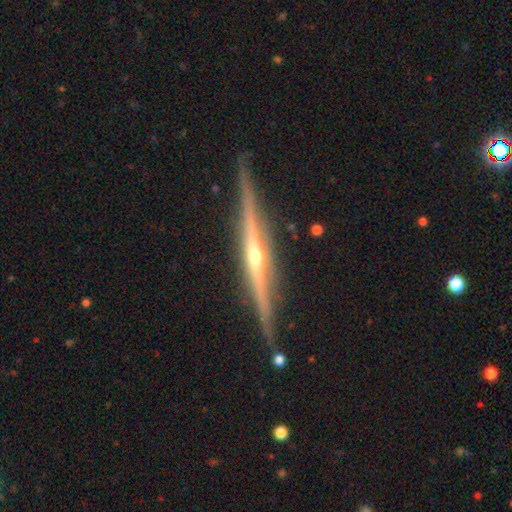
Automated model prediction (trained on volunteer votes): smooth_or_featured: featured or disk (p=0.88) [alt: smooth p=0.07]
disk_edge_on: yes (p=0.98) [alt: no p=0.02]
edge_on_bulge: rounded (p=0.81) [alt: none p=0.14]
merging: none (p=0.88) [alt: minor disturbance p=0.09]